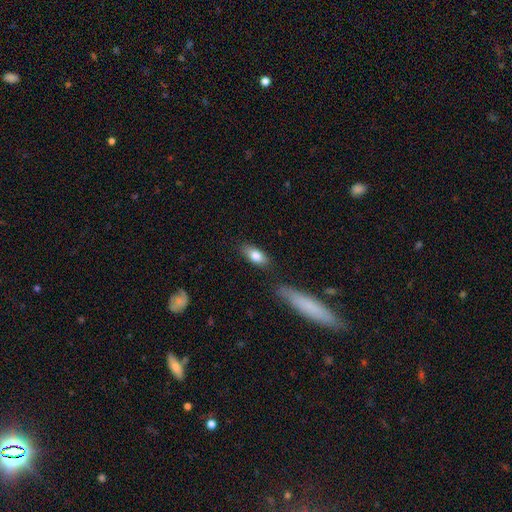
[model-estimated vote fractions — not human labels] The model was most divided on "smooth or featured": smooth: 79%, featured or disk: 14%, star or artifact: 7%. More confident: how rounded — in between (83%); merging — none (81%).